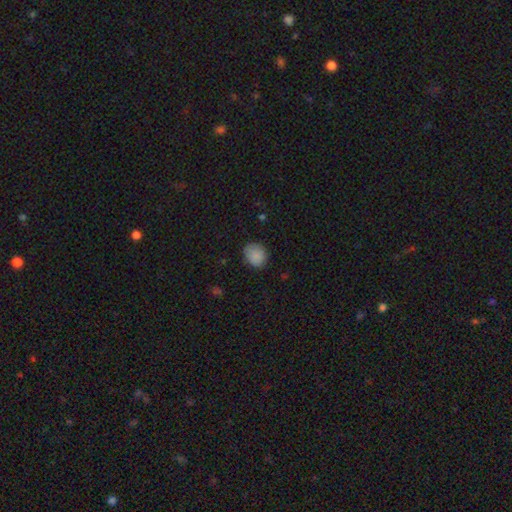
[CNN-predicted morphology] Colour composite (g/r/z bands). It shows a smooth galaxy with no disk features (86%) that is round (61%). Merging: none (77%).